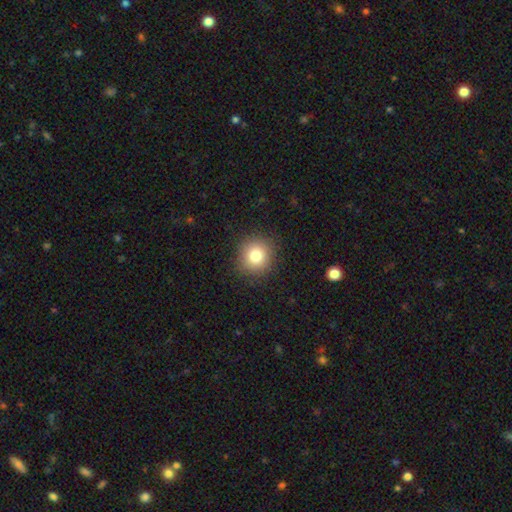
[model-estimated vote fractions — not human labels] A smooth galaxy with no disk features (81%) that is round (90%). Merging: none (89%).